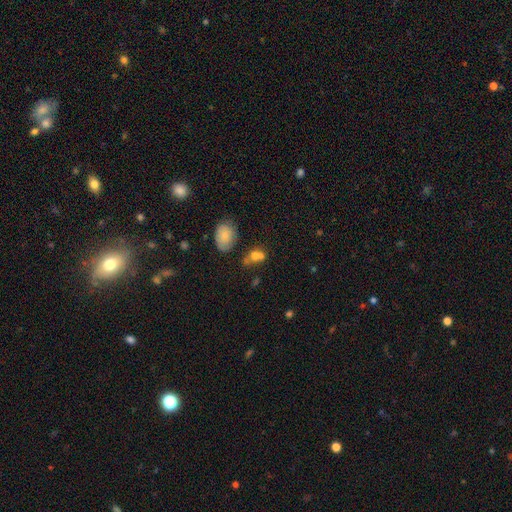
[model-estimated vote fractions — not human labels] Smooth or featured? smooth (69%)
How rounded? in between (53%)
Merging? merger (45%)